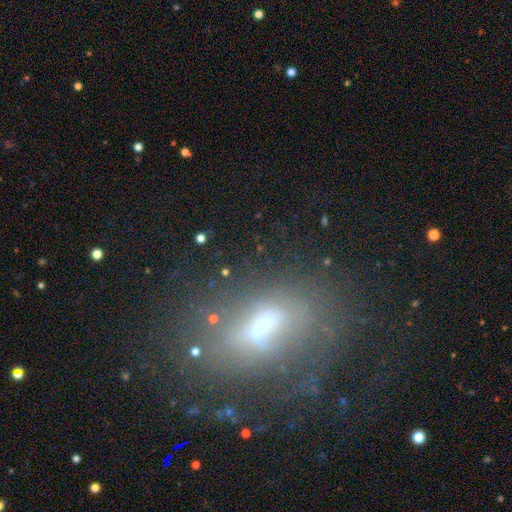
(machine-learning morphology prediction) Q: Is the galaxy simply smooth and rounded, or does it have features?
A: featured or disk — 41%.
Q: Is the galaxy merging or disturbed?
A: none — 62%.